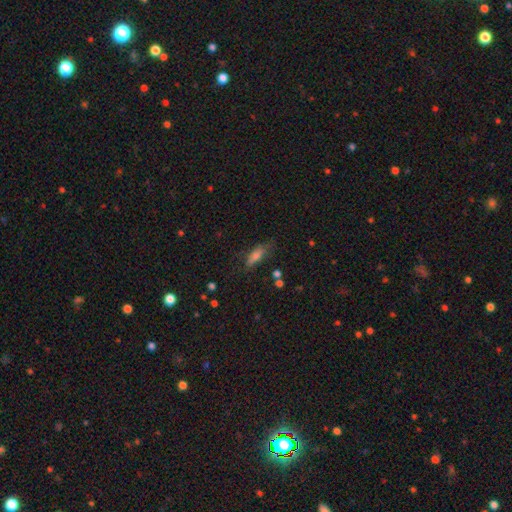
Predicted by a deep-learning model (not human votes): A smooth galaxy with no disk features (64%) that is in between round and cigar-shaped (50%). Merging: none (68%).